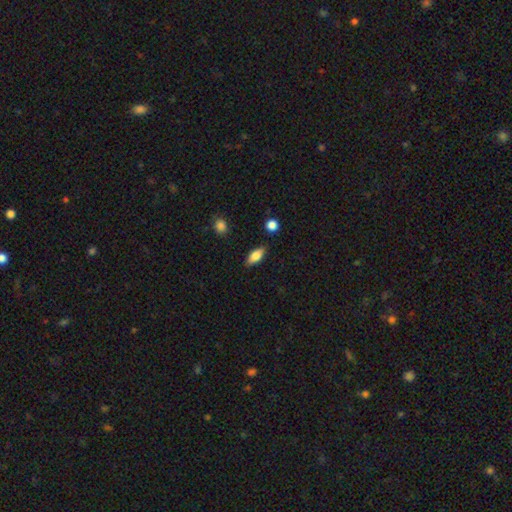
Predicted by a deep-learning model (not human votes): smooth 76%, featured or disk 17%, star or artifact 7%. Down the decision tree: how rounded — in between (81%); merging — none (84%).